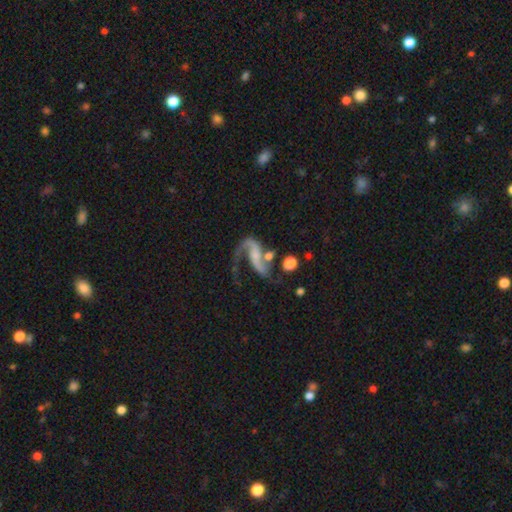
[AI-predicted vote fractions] featured or disk 82%, smooth 11%, star or artifact 7%. Down the decision tree: edge-on disk — no (96%); bar — no (45%); spiral arms — yes (93%); spiral arm count — 2 (71%); spiral winding — loose (70%); bulge size — small (45%); merging — none (35%).